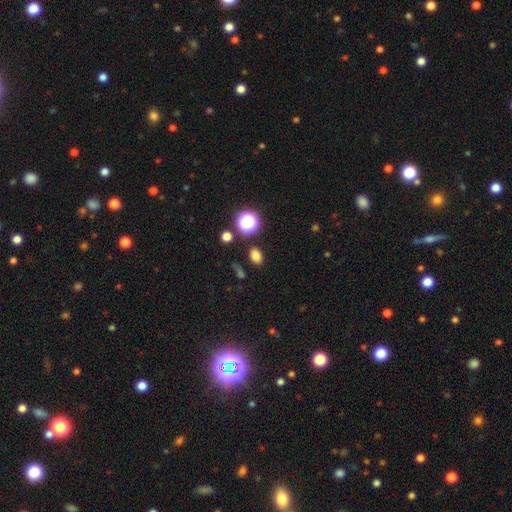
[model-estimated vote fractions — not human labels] Smooth or featured? Predicted: smooth (p=0.77). How rounded? Predicted: in between (p=0.70). Merging? Predicted: none (p=0.83).